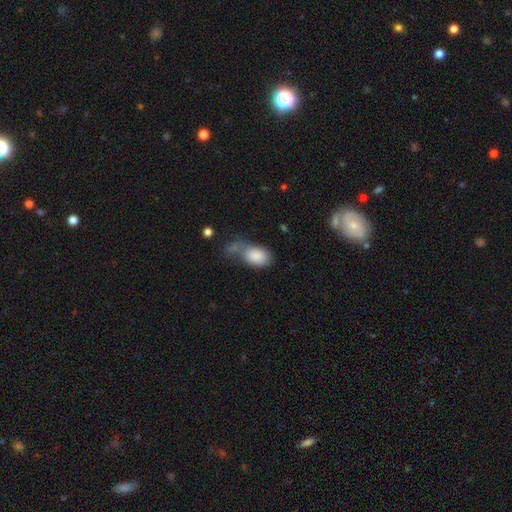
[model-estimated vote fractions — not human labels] This is clearly a smooth galaxy (85%). How rounded: clearly in between (89%). Merging: marginally none (32%).